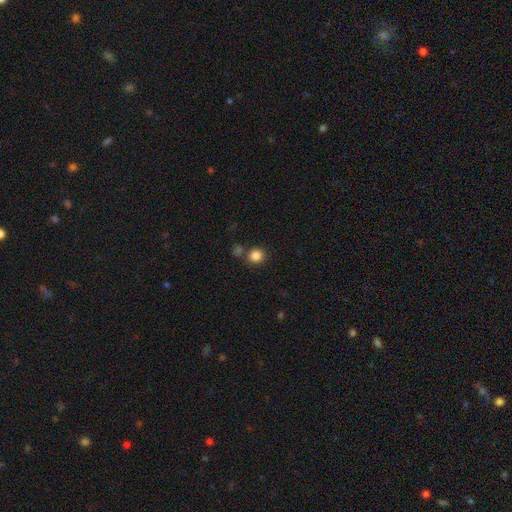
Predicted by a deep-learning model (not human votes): Overall: smooth (84%). How rounded: round (86%). Merging: none (75%).